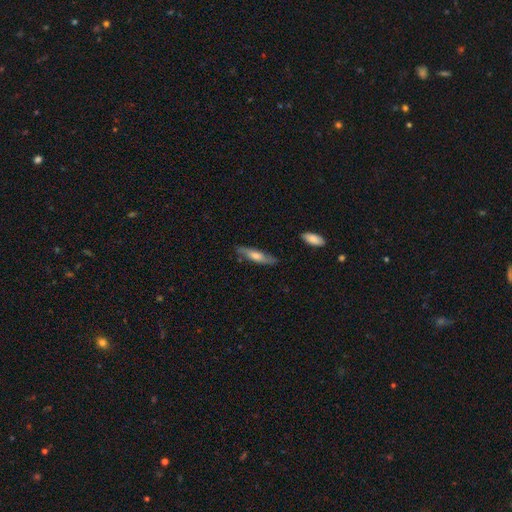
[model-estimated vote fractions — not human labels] A smooth galaxy with no disk features (49%).

Vote fractions:
- Smooth or featured? smooth: 49% / featured or disk: 45% / star or artifact: 6%
- Merging? none: 79% / minor disturbance: 16% / major disturbance: 3% / merger: 2%